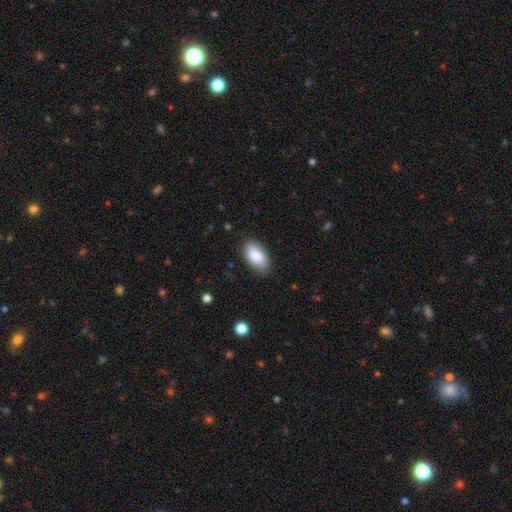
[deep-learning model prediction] Smooth or featured? smooth (87%)
How rounded? in between (94%)
Merging? none (80%)